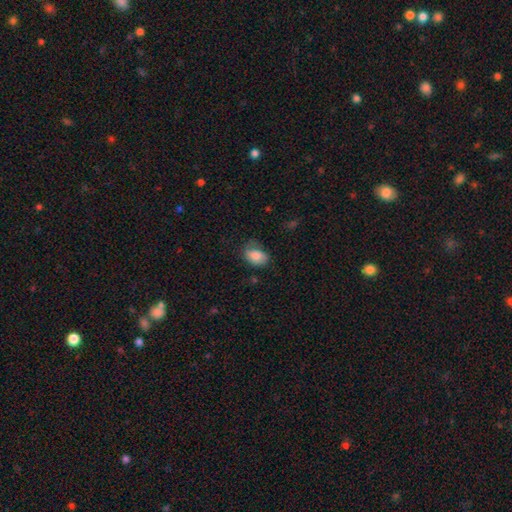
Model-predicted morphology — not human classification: Overall: smooth (85%). How rounded: in between (84%). Merging: none (57%; minor disturbance 30%).